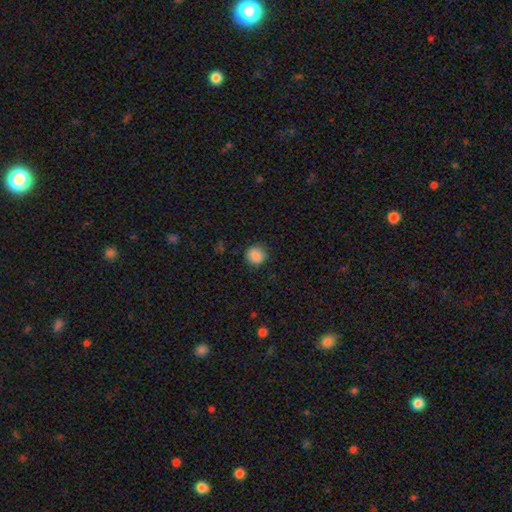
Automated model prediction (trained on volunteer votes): The model was most divided on "merging": none: 86%, minor disturbance: 10%, major disturbance: 3%, merger: 1%. More confident: how rounded — round (91%); smooth or featured — smooth (87%).